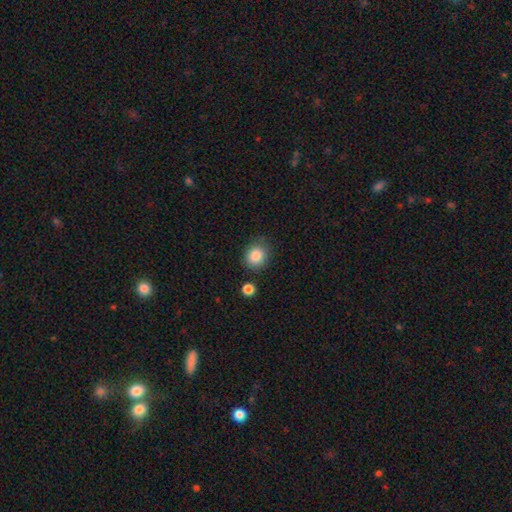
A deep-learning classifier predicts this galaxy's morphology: The model was most divided on "how rounded": round: 67%, in between: 32%, cigar-shaped: 1%. More confident: smooth or featured — smooth (86%); merging — none (77%).